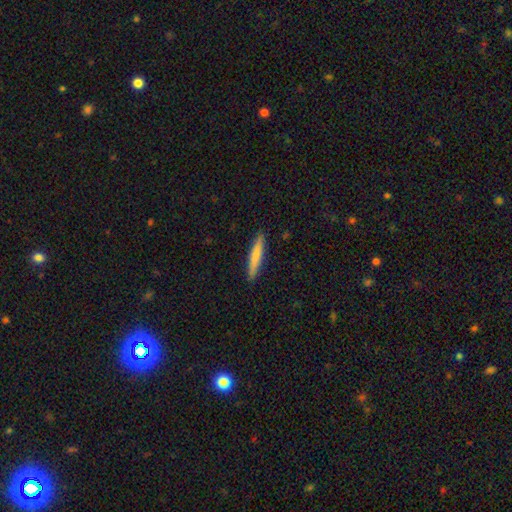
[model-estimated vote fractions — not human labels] The model was most divided on "smooth or featured": smooth: 75%, featured or disk: 20%, star or artifact: 5%. More confident: how rounded — cigar-shaped (92%); merging — none (91%).